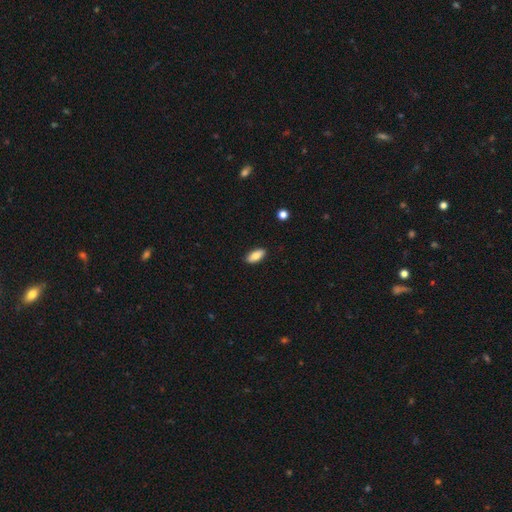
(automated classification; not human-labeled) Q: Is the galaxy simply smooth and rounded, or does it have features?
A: smooth — 83%.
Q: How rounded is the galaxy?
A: in between — 87%.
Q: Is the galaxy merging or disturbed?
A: none — 89%.